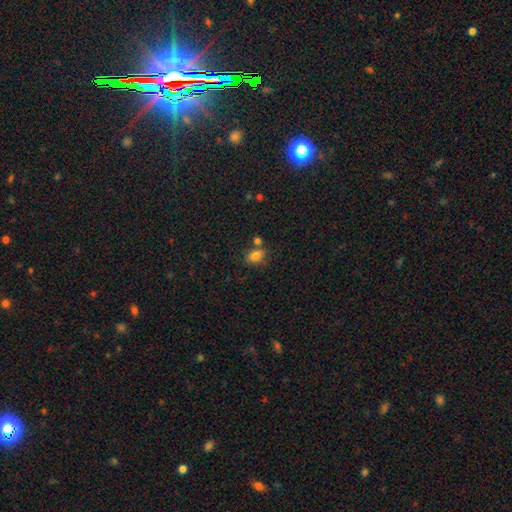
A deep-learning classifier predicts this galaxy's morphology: The model was most divided on "merging": none: 65%, merger: 18%, minor disturbance: 13%, major disturbance: 4%. More confident: smooth or featured — smooth (82%); how rounded — in between (76%).